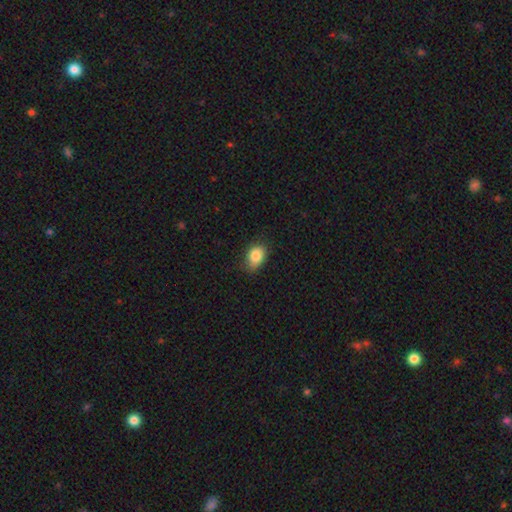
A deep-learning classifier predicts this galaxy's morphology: A smooth galaxy with no disk features (85%) that is in between round and cigar-shaped (74%). Merging: none (70%).